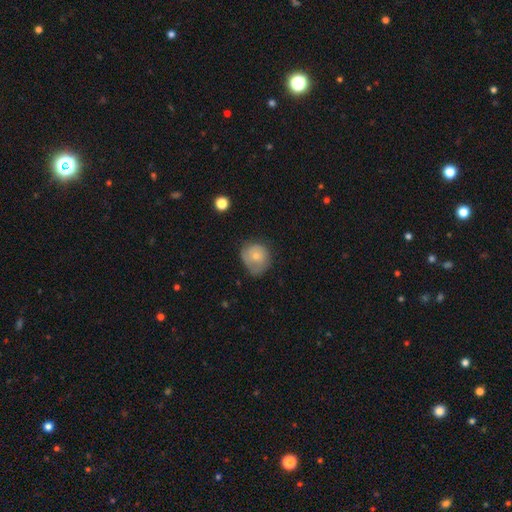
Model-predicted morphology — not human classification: A smooth galaxy with no disk features (70%) that is round (79%). Merging: none (51%).